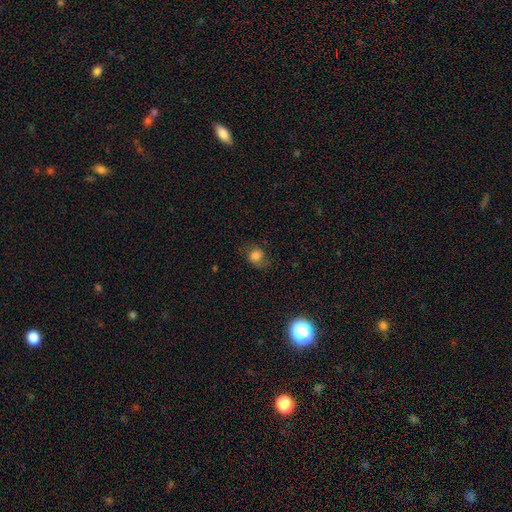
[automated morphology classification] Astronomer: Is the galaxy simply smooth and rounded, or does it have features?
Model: smooth — 72%.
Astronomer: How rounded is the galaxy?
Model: round — 66%.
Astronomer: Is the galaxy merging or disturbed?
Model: none — 65%.